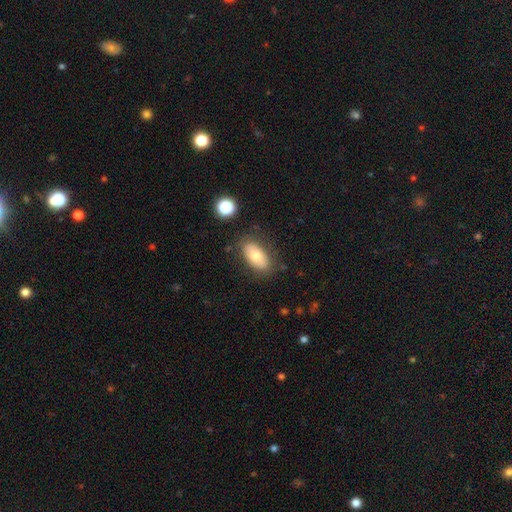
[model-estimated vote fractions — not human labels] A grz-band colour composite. It shows a smooth galaxy with no disk features (72%) that is in between round and cigar-shaped (92%). Merging: none (79%).